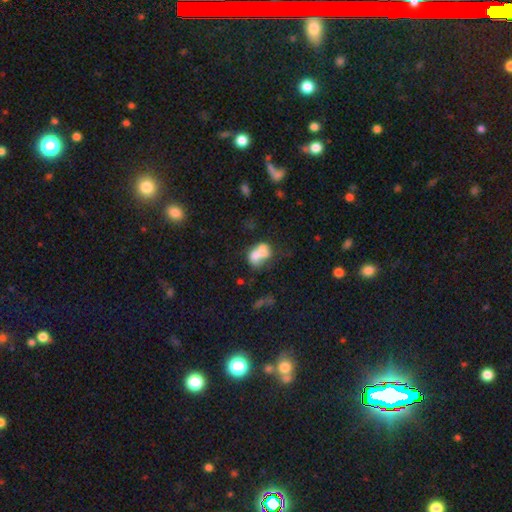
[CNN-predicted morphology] Smooth or featured? Predicted: smooth (p=0.59). How rounded? Predicted: in between (p=0.68). Merging? Predicted: merger (p=0.60).